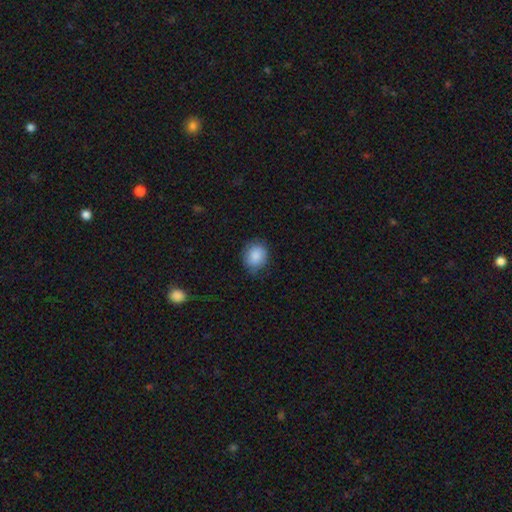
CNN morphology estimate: smooth 86%, star or artifact 7%, featured or disk 7%. Down the decision tree: how rounded — round (69%); merging — none (75%).